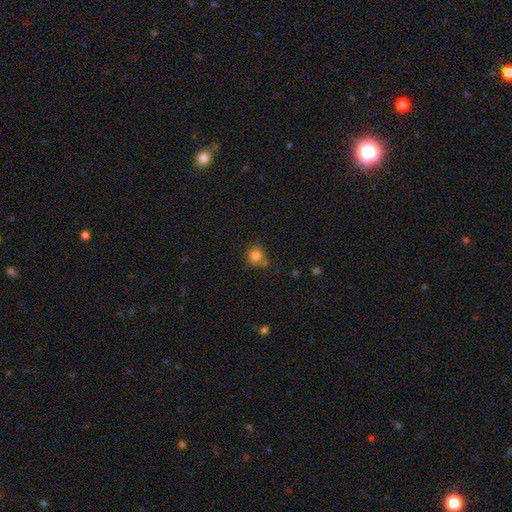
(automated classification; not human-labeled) smooth_or_featured: smooth (p=0.81) [alt: star or artifact p=0.12]
how_rounded: round (p=0.90) [alt: in between p=0.09]
merging: none (p=0.70) [alt: minor disturbance p=0.14]